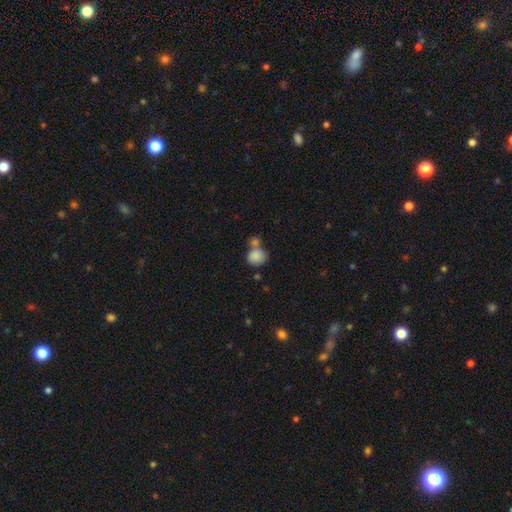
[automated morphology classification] Smooth or featured? Predicted: smooth (p=0.85). How rounded? Predicted: round (p=0.74). Merging? Predicted: none (p=0.42, tied with merger).